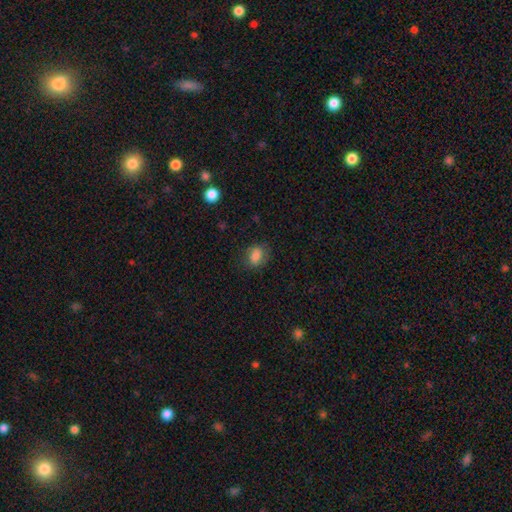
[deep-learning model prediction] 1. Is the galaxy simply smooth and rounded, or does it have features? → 81% smooth, 10% featured or disk, 9% star or artifact.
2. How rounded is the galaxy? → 70% in between, 28% round, 2% cigar-shaped.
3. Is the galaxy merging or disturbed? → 72% none, 20% minor disturbance, 7% major disturbance, 1% merger.